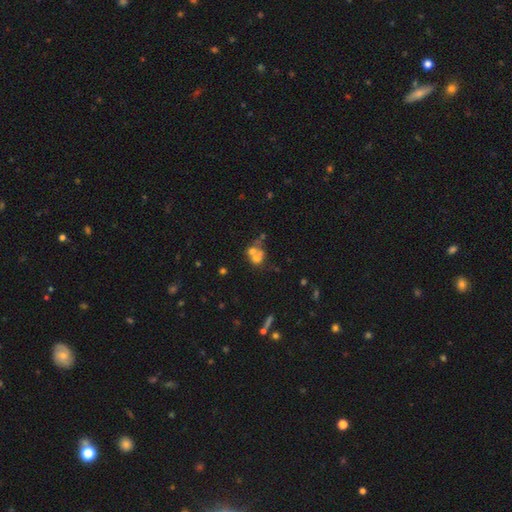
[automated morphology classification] Smooth or featured?
  - smooth: 50% *
  - featured or disk: 33%
  - star or artifact: 17%
Merging?
  - merger: 57% *
  - none: 28%
  - minor disturbance: 8%
  - major disturbance: 7%